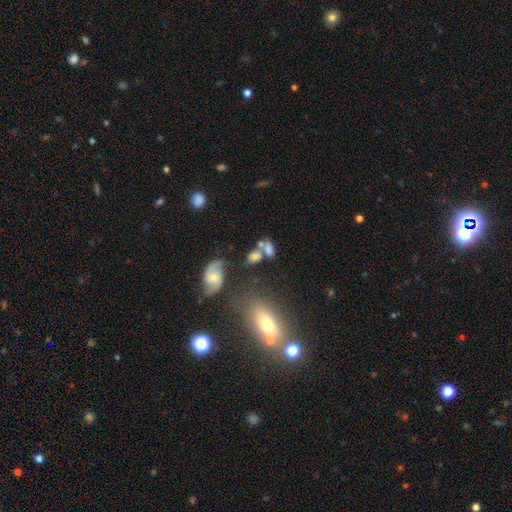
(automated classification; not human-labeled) Overall: smooth (54%; featured or disk 32%). How rounded: in between (71%). Merging: none (46%; merger 30%).